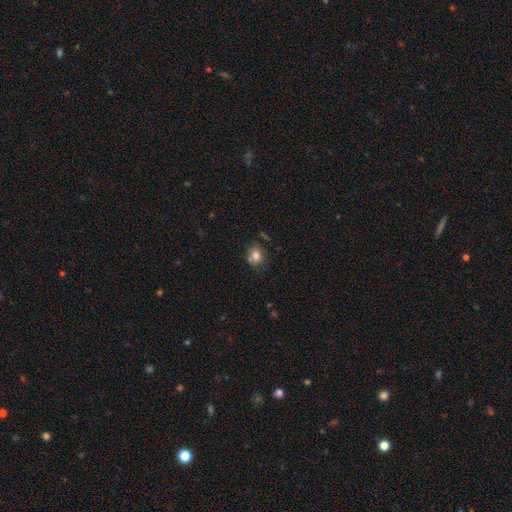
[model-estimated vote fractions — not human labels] smooth_or_featured: smooth (p=0.79) [alt: star or artifact p=0.11]
how_rounded: round (p=0.70) [alt: in between p=0.29]
merging: none (p=0.73) [alt: minor disturbance p=0.18]